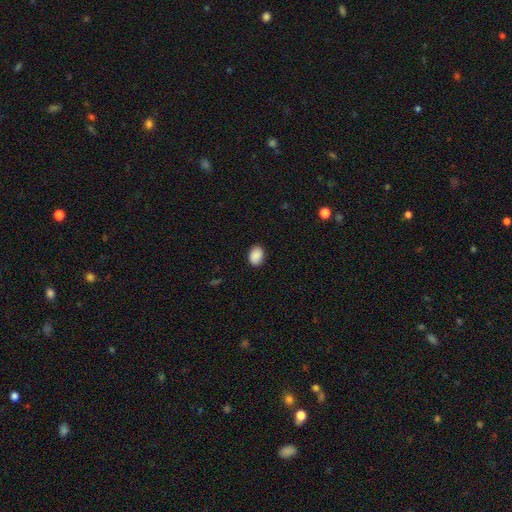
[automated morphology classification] Smooth or featured? Predicted: smooth (p=0.89). How rounded? Predicted: in between (p=0.80). Merging? Predicted: none (p=0.87).